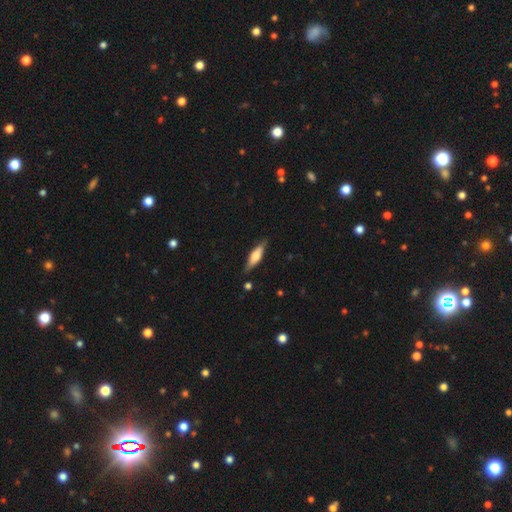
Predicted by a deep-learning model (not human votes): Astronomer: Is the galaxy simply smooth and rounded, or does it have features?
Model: smooth — 55% (runner-up: featured or disk, 39%).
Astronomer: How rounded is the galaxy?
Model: cigar-shaped — 57% (runner-up: in between, 41%).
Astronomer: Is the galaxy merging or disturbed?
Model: none — 81%.